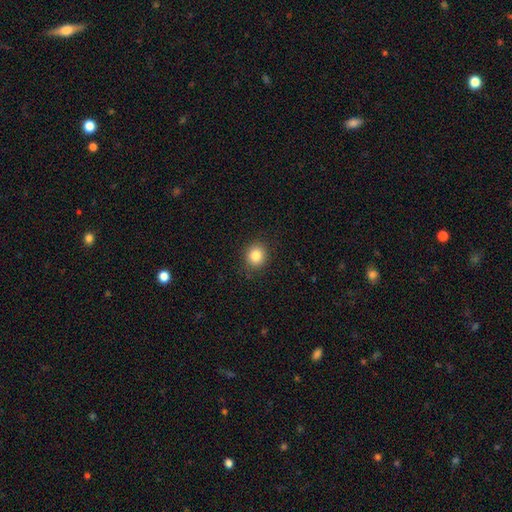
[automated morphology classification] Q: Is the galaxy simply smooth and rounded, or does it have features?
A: smooth — 84%.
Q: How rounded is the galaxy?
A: round — 82%.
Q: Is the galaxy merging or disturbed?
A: none — 89%.